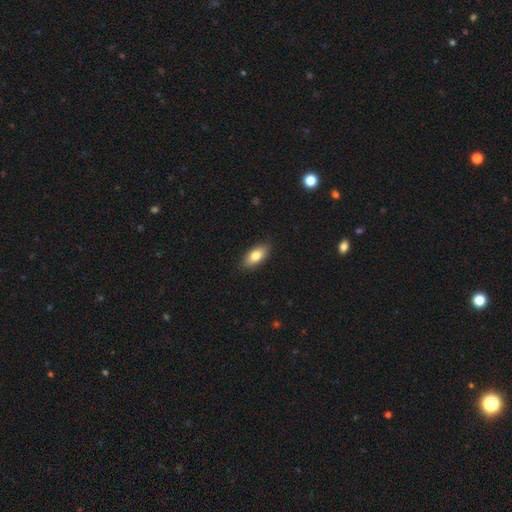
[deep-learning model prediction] Smooth or featured: smooth — 79% (featured or disk — 14%)
How rounded: in between — 87% (cigar-shaped — 9%)
Merging: none — 88% (minor disturbance — 9%)